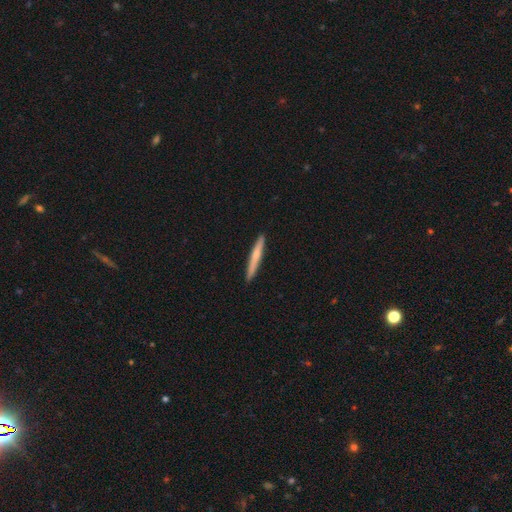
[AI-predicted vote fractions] Smooth or featured: smooth — 55% (featured or disk — 39%)
How rounded: cigar-shaped — 96% (in between — 3%)
Merging: none — 92% (minor disturbance — 6%)